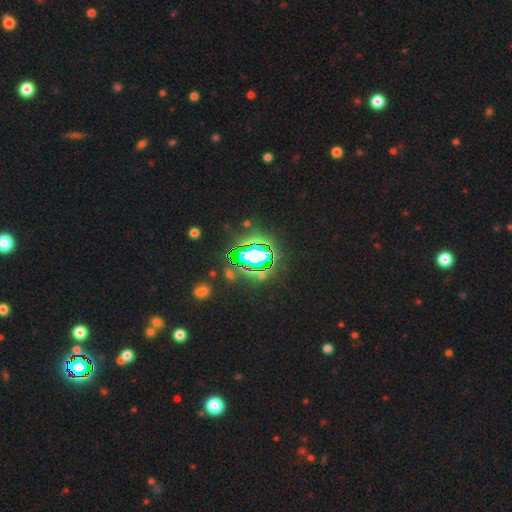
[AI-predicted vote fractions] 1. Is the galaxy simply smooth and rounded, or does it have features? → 75% star or artifact, 13% smooth, 12% featured or disk.